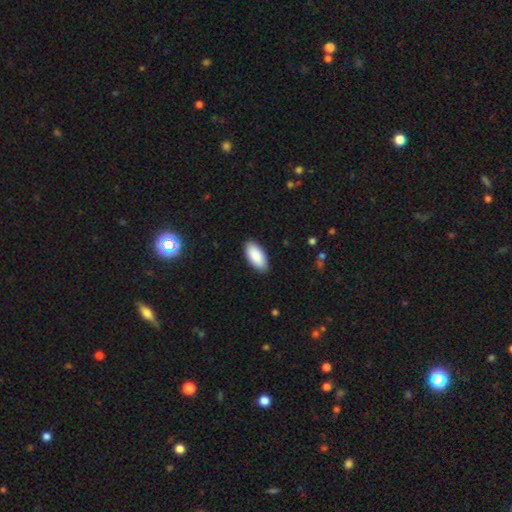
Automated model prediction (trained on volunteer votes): This appears to be a smooth galaxy with no disk features (90%) that is in between round and cigar-shaped (93%). Merging: none (89%).